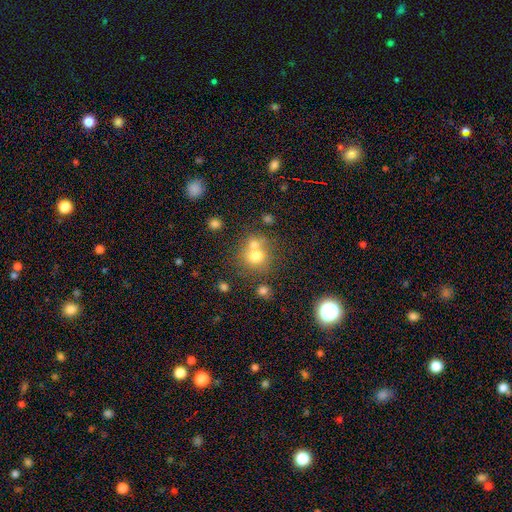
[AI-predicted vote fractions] Smooth or featured: smooth — 71% (featured or disk — 16%)
How rounded: round — 84% (in between — 16%)
Merging: none — 46% (merger — 41%)